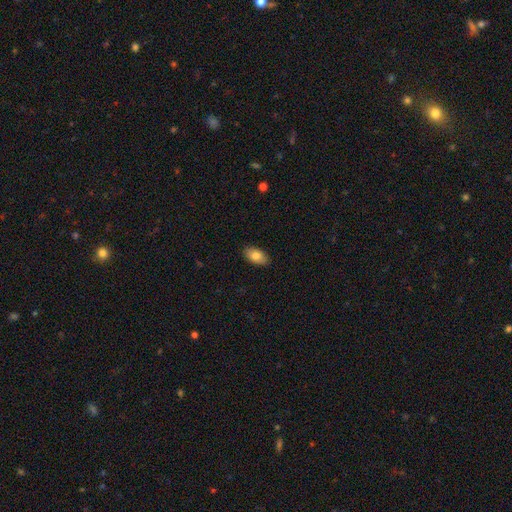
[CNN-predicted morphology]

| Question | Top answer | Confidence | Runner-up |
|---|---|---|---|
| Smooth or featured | smooth | 83% | featured or disk (10%) |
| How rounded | in between | 94% | round (4%) |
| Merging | none | 89% | minor disturbance (9%) |